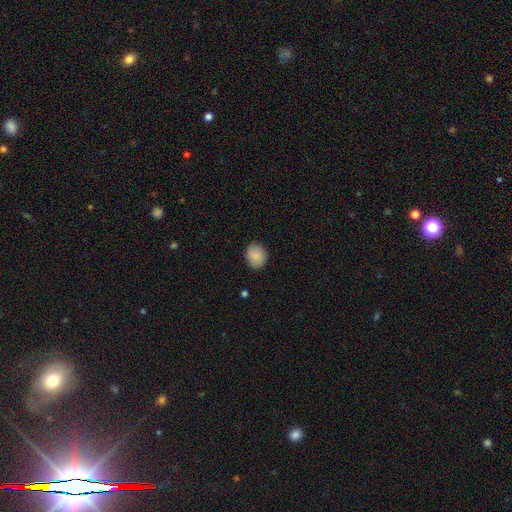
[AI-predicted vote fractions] smooth_or_featured: smooth (p=0.87) [alt: star or artifact p=0.07]
how_rounded: round (p=0.68) [alt: in between p=0.31]
merging: none (p=0.86) [alt: minor disturbance p=0.10]